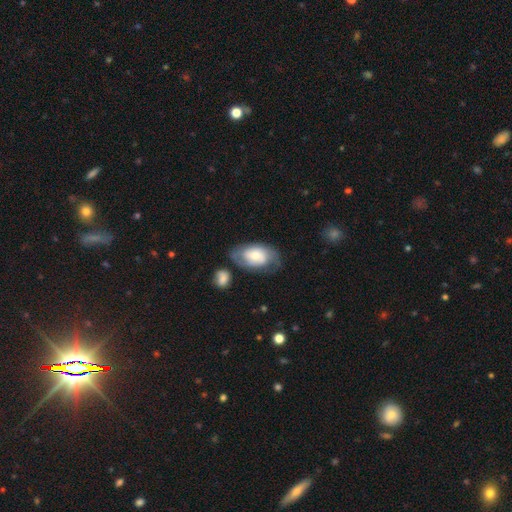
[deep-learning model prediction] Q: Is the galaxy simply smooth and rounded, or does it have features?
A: featured or disk — 50%.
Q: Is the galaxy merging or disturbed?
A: none — 58%.